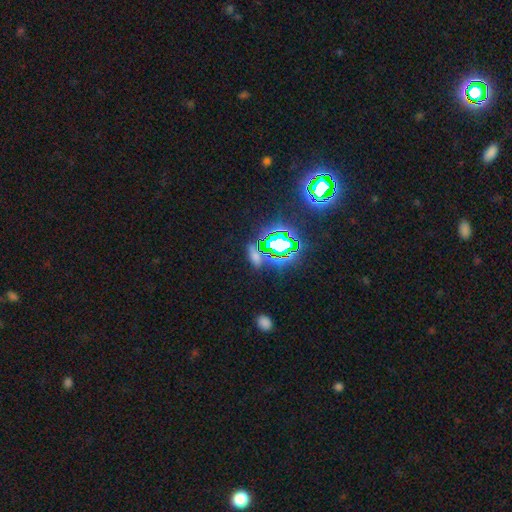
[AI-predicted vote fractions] smooth-or-featured: star or artifact: 55% | smooth: 34% | featured or disk: 11%